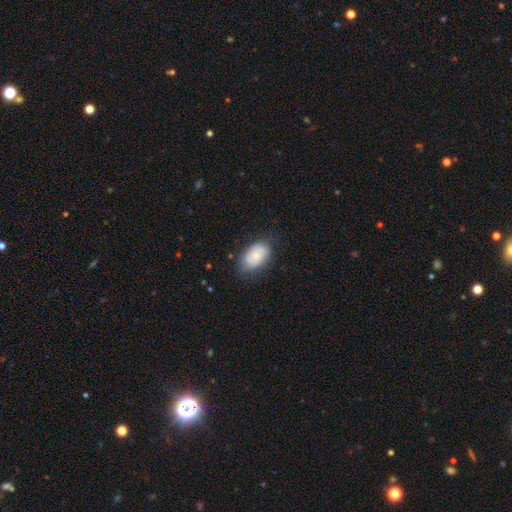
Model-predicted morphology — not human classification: Smooth or featured? Predicted: smooth (p=0.66). How rounded? Predicted: in between (p=0.90). Merging? Predicted: none (p=0.67).